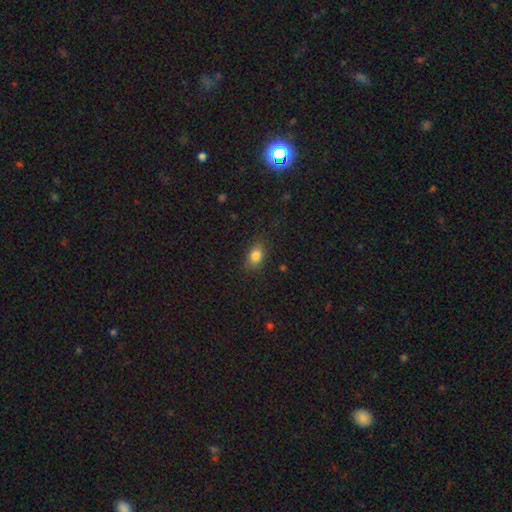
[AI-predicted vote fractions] Smooth or featured?
  - smooth: 83% *
  - star or artifact: 10%
  - featured or disk: 7%
How rounded?
  - in between: 77% *
  - round: 21%
  - cigar-shaped: 2%
Merging?
  - none: 84% *
  - minor disturbance: 12%
  - major disturbance: 3%
  - merger: 1%